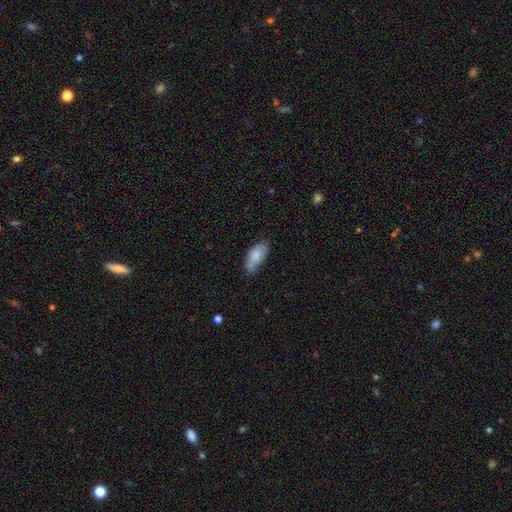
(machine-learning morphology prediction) This appears to be a smooth galaxy with no disk features (77%) that is in between round and cigar-shaped (91%). Merging: none (57%).